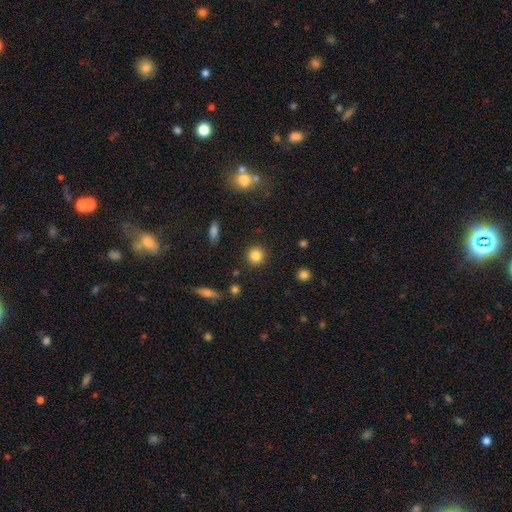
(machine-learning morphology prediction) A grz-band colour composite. It shows a smooth galaxy with no disk features (84%) that is round (92%). Merging: none (90%).